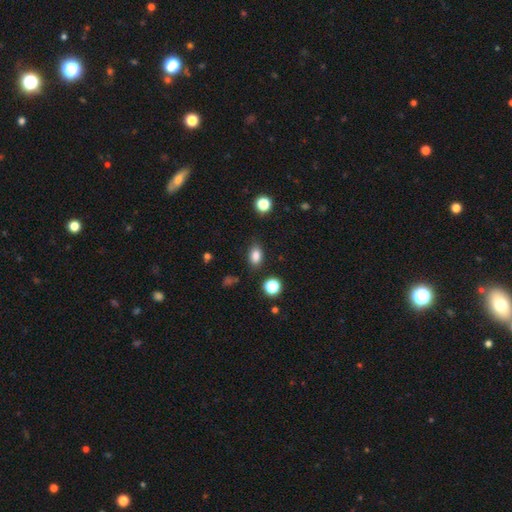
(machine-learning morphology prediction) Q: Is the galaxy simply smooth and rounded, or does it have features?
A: smooth — 84%.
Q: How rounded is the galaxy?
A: in between — 82%.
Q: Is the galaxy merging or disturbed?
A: none — 83%.